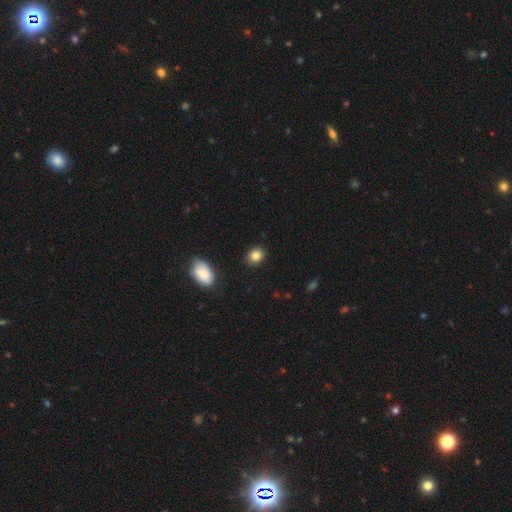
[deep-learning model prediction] Morphology: type=smooth (84%); roundness=round (54%); merging=none (88%).